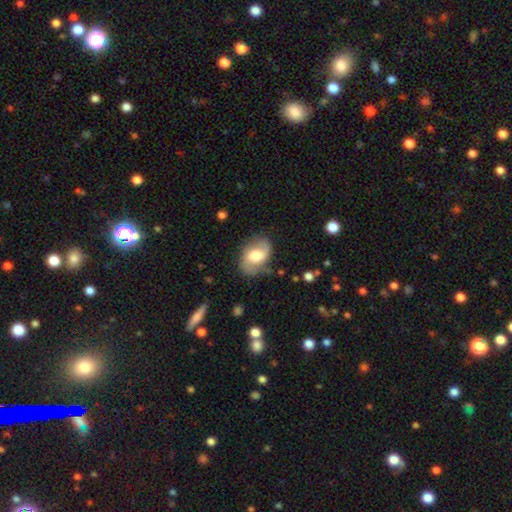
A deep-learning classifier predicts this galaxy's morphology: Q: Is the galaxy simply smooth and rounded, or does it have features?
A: featured or disk — 55%.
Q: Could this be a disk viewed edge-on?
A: no — 96%.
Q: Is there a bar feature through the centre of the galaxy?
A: weak — 44%.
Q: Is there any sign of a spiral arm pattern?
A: yes — 80%.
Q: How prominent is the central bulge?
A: moderate — 61%.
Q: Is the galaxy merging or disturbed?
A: none — 70%.